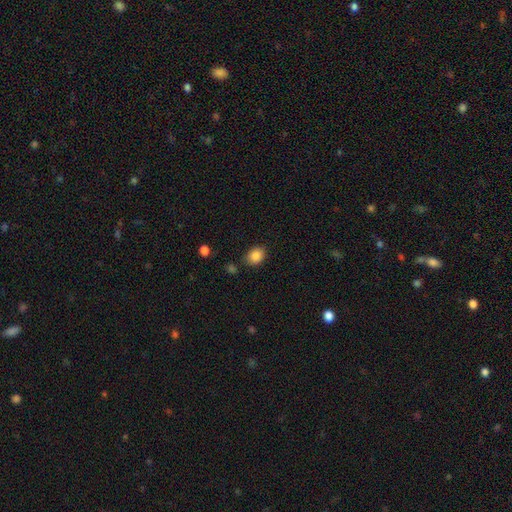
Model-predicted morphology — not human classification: Smooth or featured? Predicted: smooth (p=0.86). How rounded? Predicted: in between (p=0.64). Merging? Predicted: none (p=0.80).